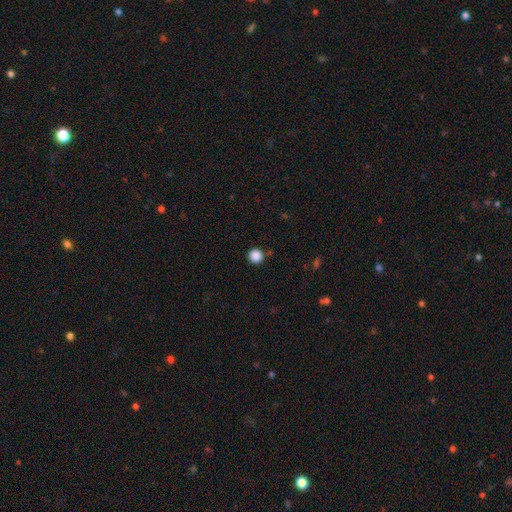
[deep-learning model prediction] Smooth or featured? Predicted: smooth (p=0.87). How rounded? Predicted: round (p=0.95). Merging? Predicted: none (p=0.89).